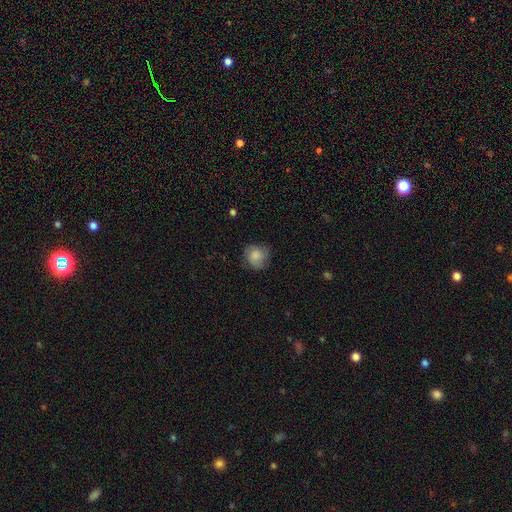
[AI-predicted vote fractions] Smooth or featured: smooth — 79% (featured or disk — 13%)
How rounded: round — 83% (in between — 16%)
Merging: none — 68% (minor disturbance — 23%)